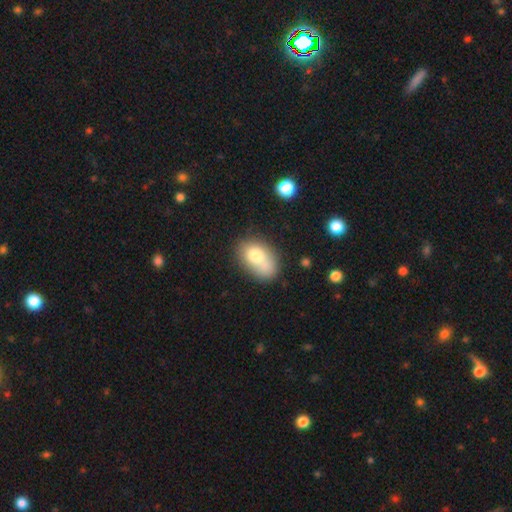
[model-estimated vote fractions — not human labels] smooth_or_featured: smooth (p=0.75) [alt: featured or disk p=0.16]
how_rounded: in between (p=0.83) [alt: round p=0.15]
merging: none (p=0.51) [alt: minor disturbance p=0.22]